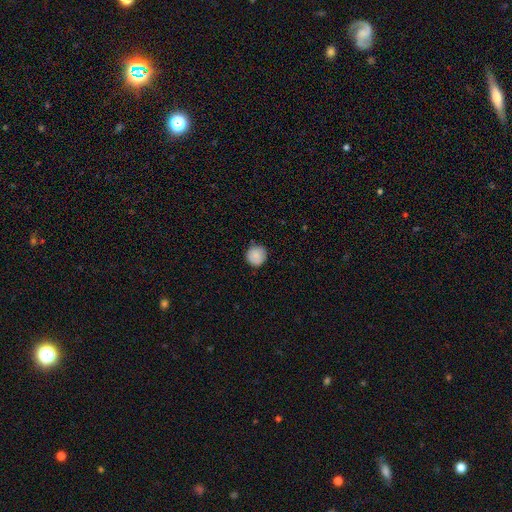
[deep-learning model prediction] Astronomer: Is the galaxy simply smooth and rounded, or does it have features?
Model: smooth — 86%.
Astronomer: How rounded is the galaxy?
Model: round — 94%.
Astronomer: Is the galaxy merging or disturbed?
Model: none — 86%.